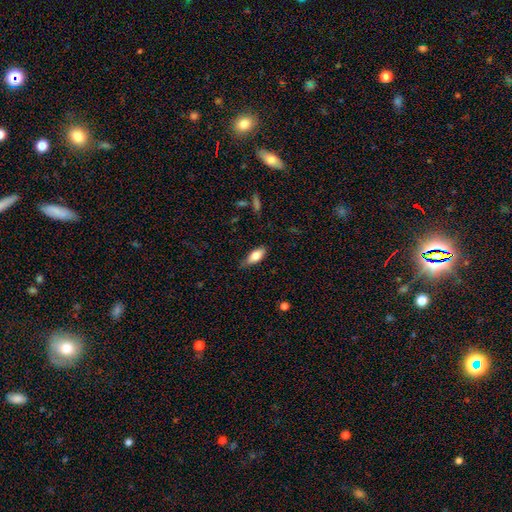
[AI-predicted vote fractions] Smooth or featured?
  - smooth: 76% *
  - featured or disk: 18%
  - star or artifact: 7%
How rounded?
  - in between: 80% *
  - cigar-shaped: 18%
  - round: 3%
Merging?
  - none: 71% *
  - minor disturbance: 23%
  - major disturbance: 4%
  - merger: 1%